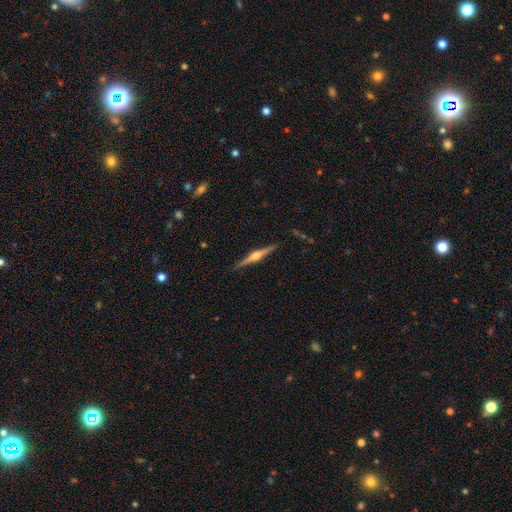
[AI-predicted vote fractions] The model was most divided on "smooth or featured": featured or disk: 80%, smooth: 14%, star or artifact: 5%. More confident: edge-on disk — yes (99%); edge-on bulge — rounded (92%); merging — none (91%).